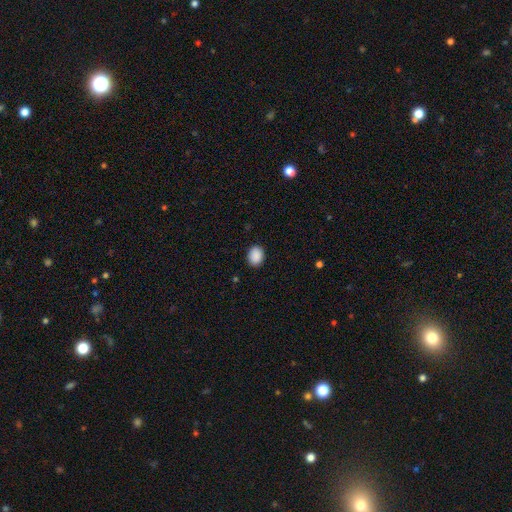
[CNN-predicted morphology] Q: Smooth or featured?
A: smooth (90%); runner-up: star or artifact (8%)
Q: How rounded?
A: in between (61%); runner-up: round (38%)
Q: Merging?
A: none (89%); runner-up: minor disturbance (8%)